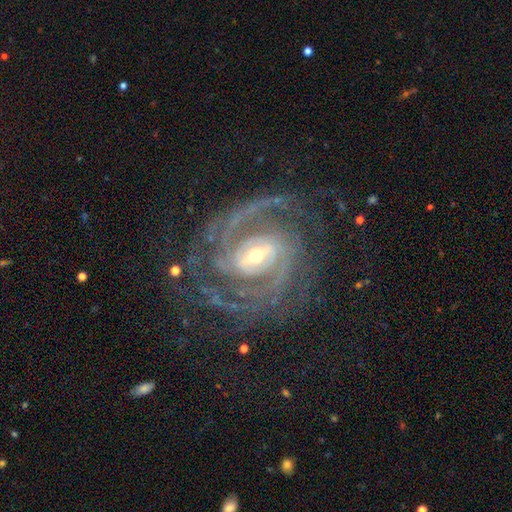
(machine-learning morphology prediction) Smooth or featured: featured or disk — 93% (star or artifact — 4%)
Edge-on disk: no — 97% (yes — 3%)
Bar: strong — 48% (weak — 40%)
Spiral arms: yes — 98% (no — 2%)
Spiral winding: tight — 53% (medium — 38%)
Spiral arm count: 2 — 37% (3 — 19%)
Bulge size: small — 54% (moderate — 40%)
Merging: none — 73% (minor disturbance — 14%)